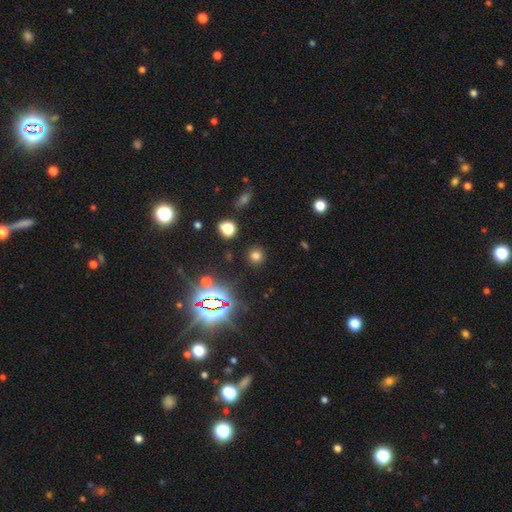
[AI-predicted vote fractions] A smooth galaxy with no disk features (67%) that is round (90%). Merging: none (87%).